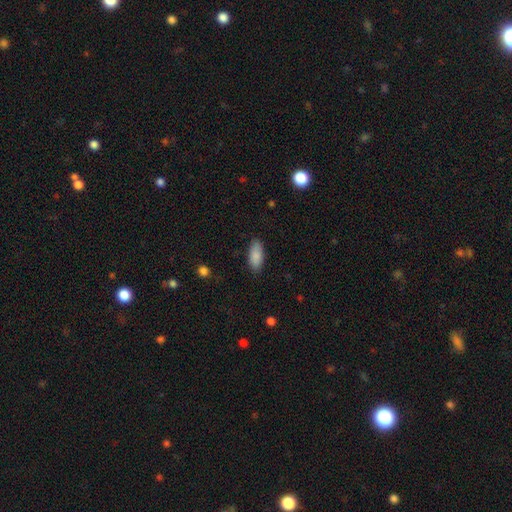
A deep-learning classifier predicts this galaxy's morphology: This appears to be a smooth galaxy with no disk features (88%) that is in between round and cigar-shaped (84%). Merging: none (85%).